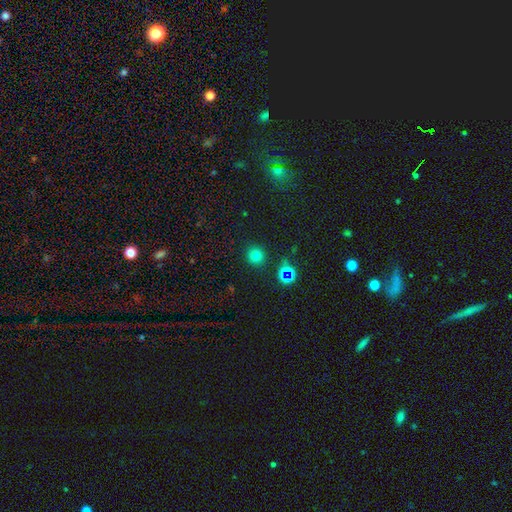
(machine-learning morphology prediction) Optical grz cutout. It shows a smooth galaxy with no disk features (74%) that is round (91%). Merging: none (89%).